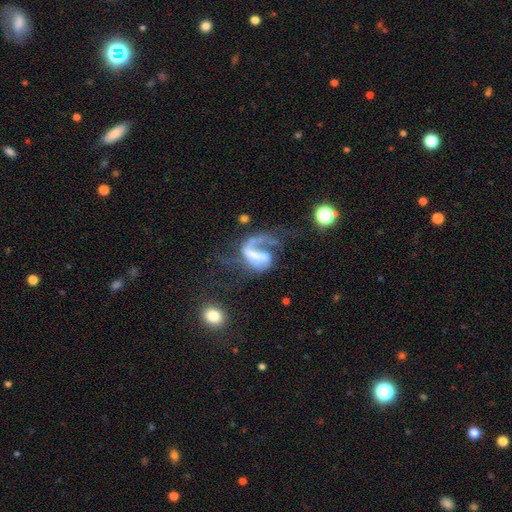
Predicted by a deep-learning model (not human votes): This appears to be a featured or disk galaxy (77%) with a strong bar (41%), 1 (54%) loose (56%) spiral arms (79%) and no central bulge (41%). Merging: major disturbance (49%).